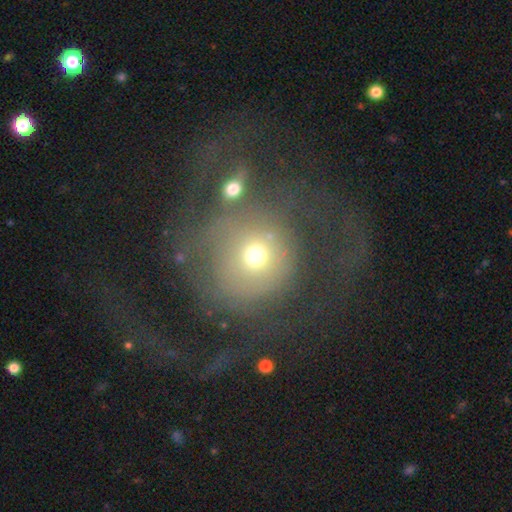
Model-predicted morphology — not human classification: A smooth galaxy with no disk features (57%) that is round (88%).

Vote fractions:
- Smooth or featured? smooth: 57% / featured or disk: 26% / star or artifact: 17%
- How rounded? round: 88% / in between: 11% / cigar-shaped: 1%
- Merging? none: 42% / major disturbance: 25% / merger: 17% / minor disturbance: 15%